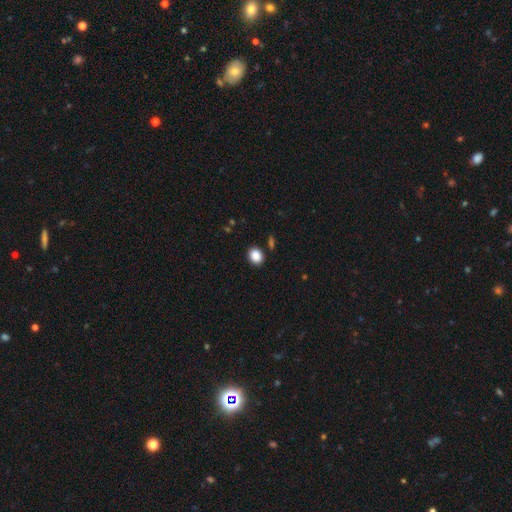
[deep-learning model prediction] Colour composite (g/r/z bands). It shows a smooth galaxy with no disk features (88%) that is round (54%). Merging: none (86%).